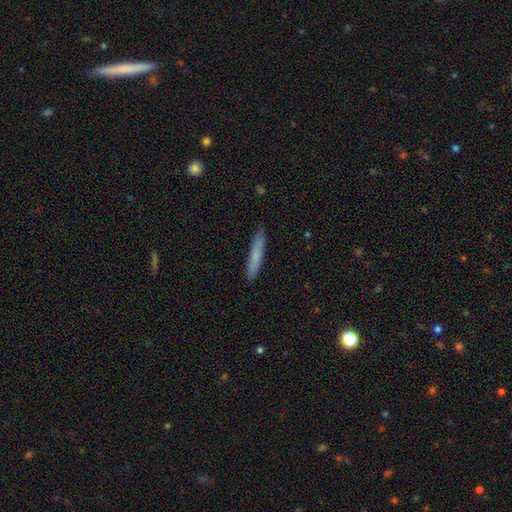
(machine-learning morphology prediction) Smooth or featured: smooth — 77% (featured or disk — 17%)
How rounded: cigar-shaped — 94% (in between — 5%)
Merging: none — 89% (minor disturbance — 8%)